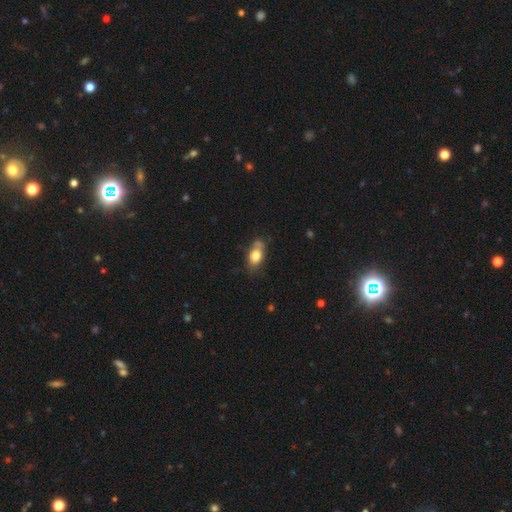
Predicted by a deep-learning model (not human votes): Smooth or featured: smooth — 76% (featured or disk — 16%)
How rounded: in between — 84% (round — 11%)
Merging: none — 54% (minor disturbance — 30%)